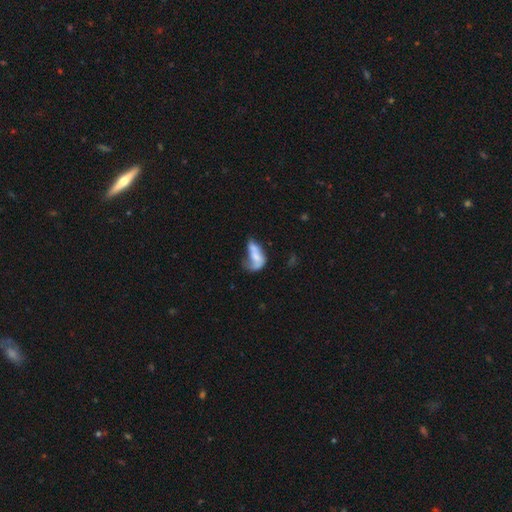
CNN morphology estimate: This appears to be a smooth galaxy with no disk features (54%) that is in between round and cigar-shaped (82%). Merging: major disturbance (35%).